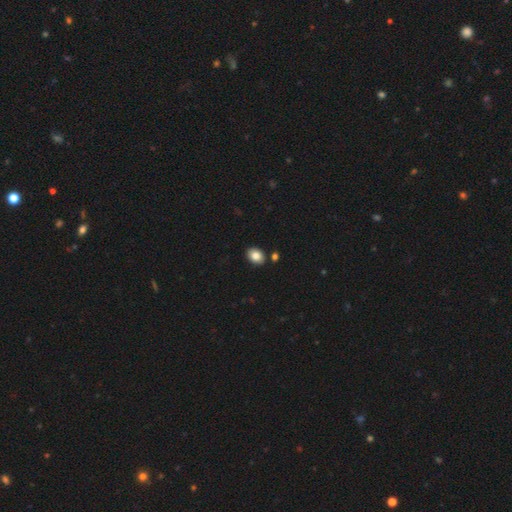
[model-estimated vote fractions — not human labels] Smooth or featured: smooth — 84% (star or artifact — 8%)
How rounded: in between — 72% (round — 27%)
Merging: none — 86% (minor disturbance — 8%)